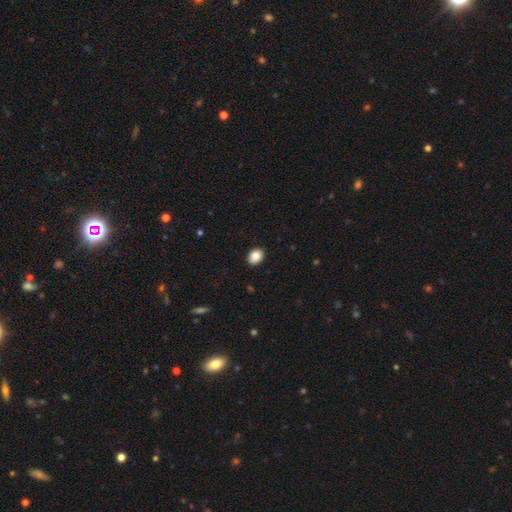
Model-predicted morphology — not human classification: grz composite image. It shows a smooth galaxy with no disk features (86%) that is in between round and cigar-shaped (65%). Merging: none (90%).